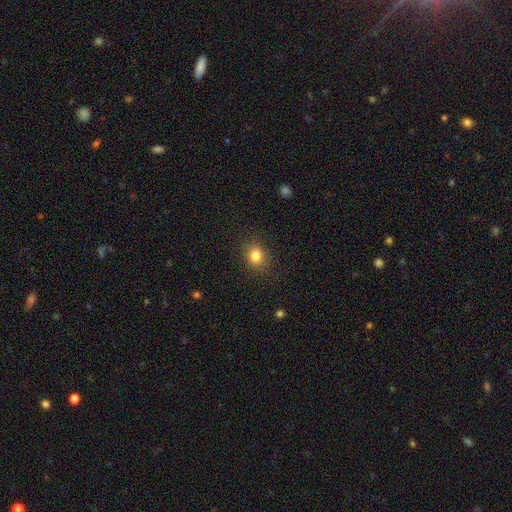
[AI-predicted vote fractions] Overall: smooth (82%). How rounded: round (57%; in between 42%). Merging: none (87%).